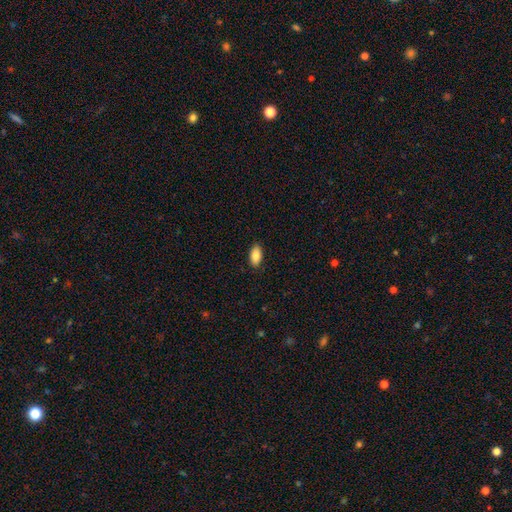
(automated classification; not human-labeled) This appears to be a smooth galaxy with no disk features (87%) that is in between round and cigar-shaped (93%). Merging: none (89%).